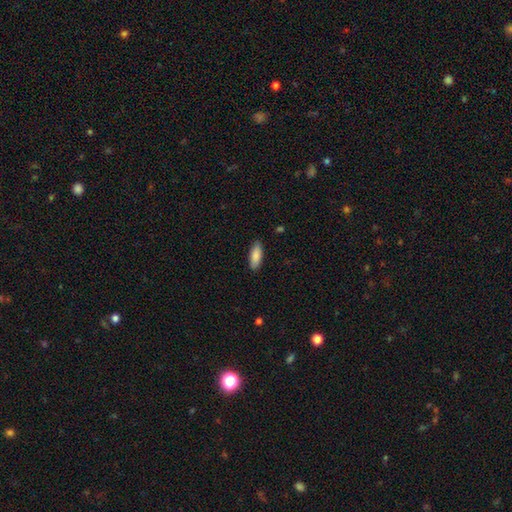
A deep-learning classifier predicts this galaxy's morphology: smooth_or_featured: smooth (p=0.87) [alt: featured or disk p=0.08]
how_rounded: in between (p=0.68) [alt: cigar-shaped p=0.30]
merging: none (p=0.87) [alt: minor disturbance p=0.09]